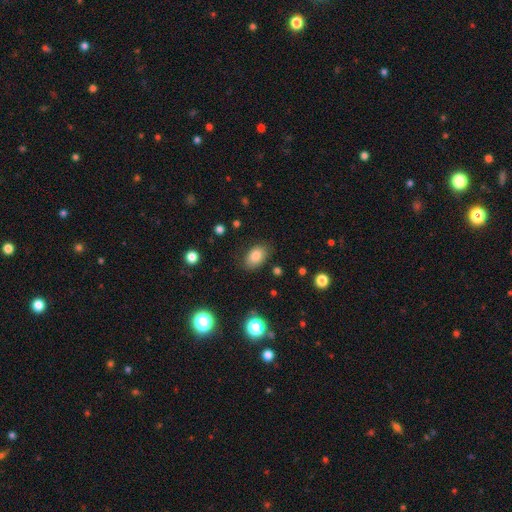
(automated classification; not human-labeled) This appears to be a smooth galaxy with no disk features (83%) that is in between round and cigar-shaped (86%). Merging: none (80%).